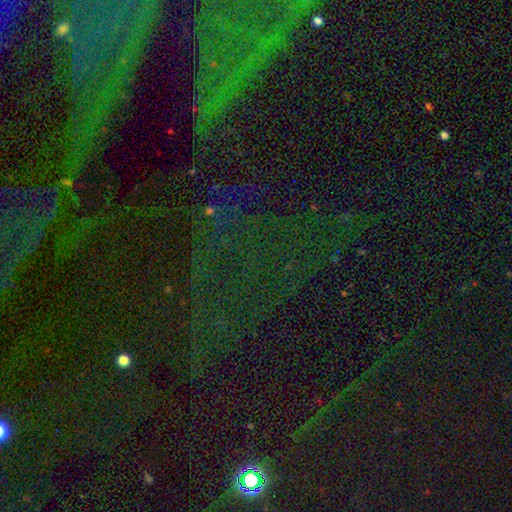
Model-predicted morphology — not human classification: Smooth or featured?
  - star or artifact: 77% *
  - featured or disk: 12%
  - smooth: 11%